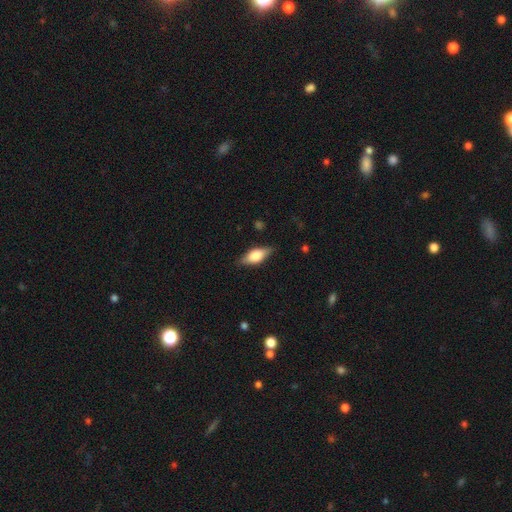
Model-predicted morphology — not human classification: Smooth or featured? smooth (61%)
How rounded? in between (77%)
Merging? none (82%)